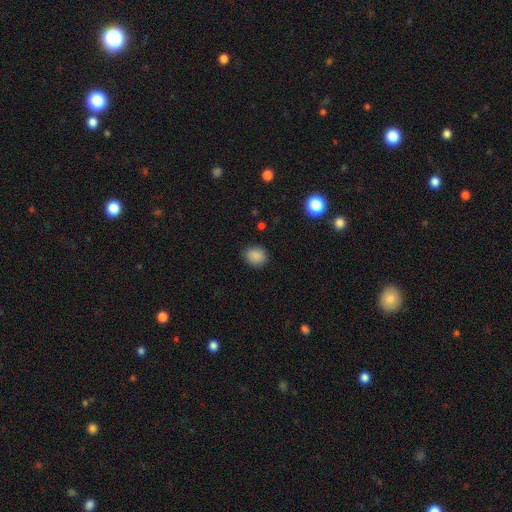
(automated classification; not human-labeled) Smooth or featured? smooth (87%)
How rounded? round (67%)
Merging? none (87%)